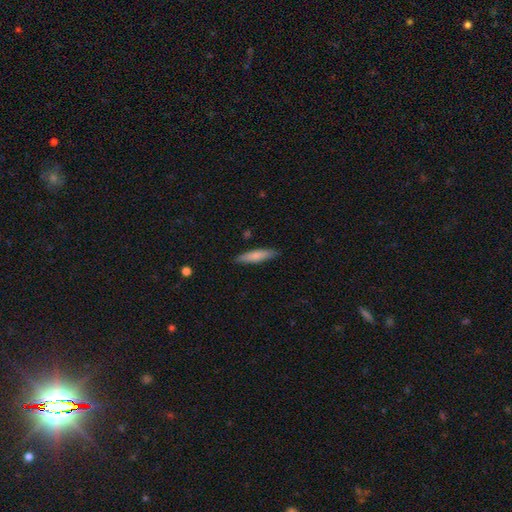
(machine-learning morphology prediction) smooth-or-featured: smooth: 76% | featured or disk: 19% | star or artifact: 5%
  how-rounded: cigar-shaped: 83% | in between: 16% | round: 1%
  merging: none: 87% | minor disturbance: 10% | major disturbance: 2% | merger: 1%